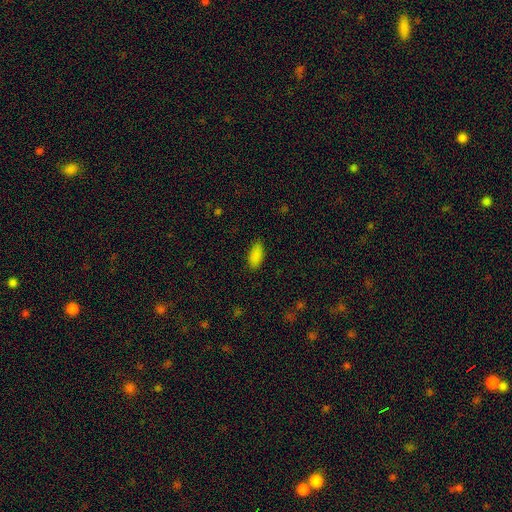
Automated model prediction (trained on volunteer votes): smooth_or_featured: smooth (p=0.87) [alt: star or artifact p=0.09]
how_rounded: in between (p=0.87) [alt: cigar-shaped p=0.11]
merging: none (p=0.85) [alt: minor disturbance p=0.12]